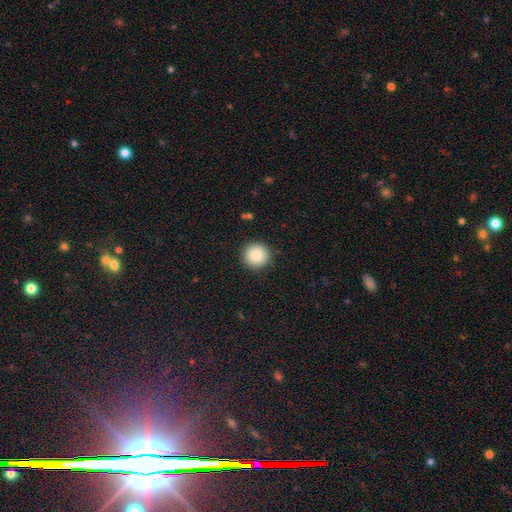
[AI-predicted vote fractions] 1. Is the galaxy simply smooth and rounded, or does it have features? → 86% smooth, 9% star or artifact, 5% featured or disk.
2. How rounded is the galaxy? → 95% round, 4% in between, 1% cigar-shaped.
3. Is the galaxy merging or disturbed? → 91% none, 6% minor disturbance, 2% major disturbance, 1% merger.